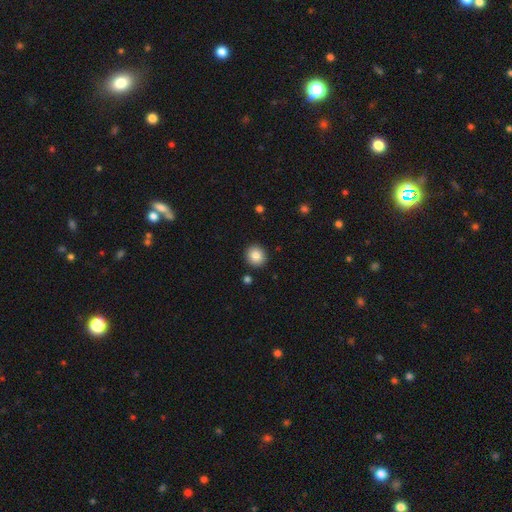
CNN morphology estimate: The model was most divided on "smooth or featured": smooth: 85%, star or artifact: 9%, featured or disk: 6%. More confident: merging — none (91%); how rounded — round (88%).